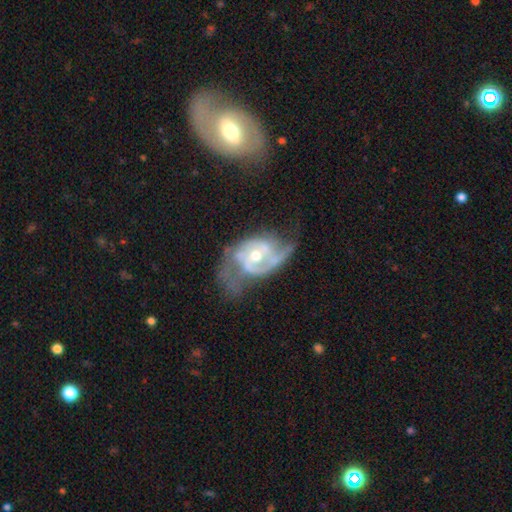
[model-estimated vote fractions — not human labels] smooth-or-featured: featured or disk: 86% | smooth: 8% | star or artifact: 6%
  disk-edge-on: no: 97% | yes: 3%
    bar: no: 58% | weak: 32% | strong: 10%
    has-spiral-arms: yes: 91% | no: 9%
      spiral-winding: medium: 46% | tight: 30% | loose: 24%
      spiral-arm-count: 2: 69% | can't tell: 12% | 1: 8% | 3: 7% | 4: 2% | more than 4: 2%
    bulge-size: moderate: 69% | small: 25% | large: 5% | none: 1% | dominant: 1%
  merging: none: 41% | major disturbance: 30% | minor disturbance: 25% | merger: 5%